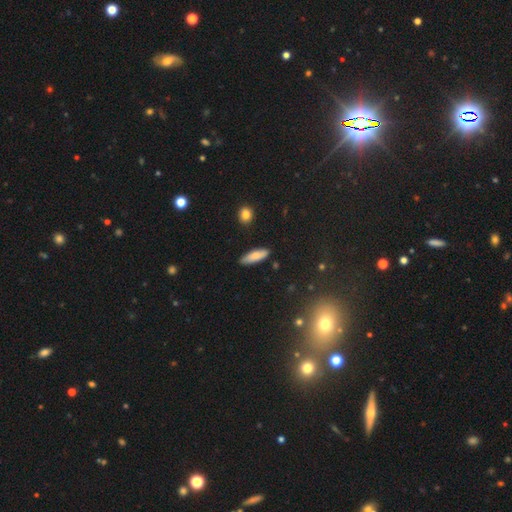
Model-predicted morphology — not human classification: A smooth galaxy with no disk features (80%) that is cigar-shaped (51%). Merging: none (86%).